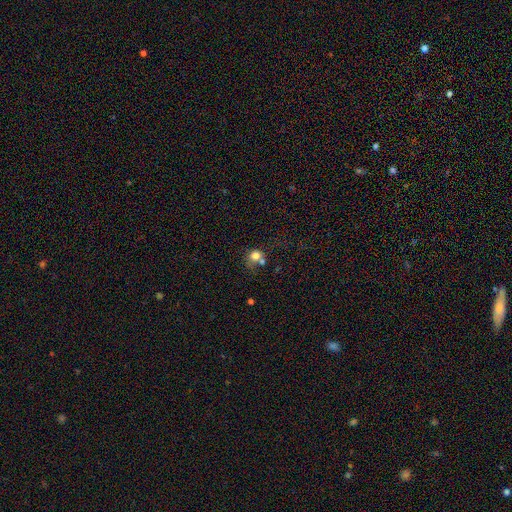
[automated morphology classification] Smooth or featured?
  - smooth: 75% *
  - star or artifact: 13%
  - featured or disk: 12%
How rounded?
  - round: 76% *
  - in between: 23%
  - cigar-shaped: 1%
Merging?
  - none: 38% *
  - merger: 34%
  - minor disturbance: 16%
  - major disturbance: 13%